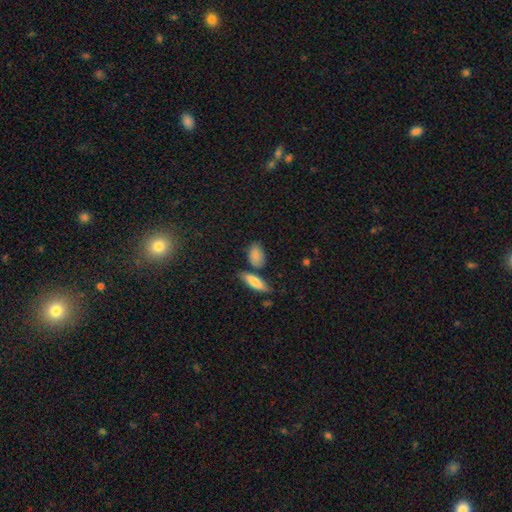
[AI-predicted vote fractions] Smooth or featured?
  - smooth: 83% *
  - star or artifact: 9%
  - featured or disk: 8%
How rounded?
  - in between: 82% *
  - round: 11%
  - cigar-shaped: 7%
Merging?
  - none: 65% *
  - minor disturbance: 18%
  - merger: 13%
  - major disturbance: 5%